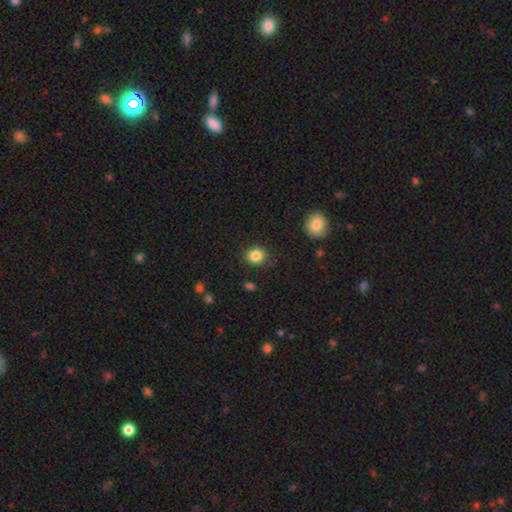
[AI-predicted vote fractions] This is clearly a smooth galaxy (85%). How rounded: likely round (78%). Merging: clearly none (88%).